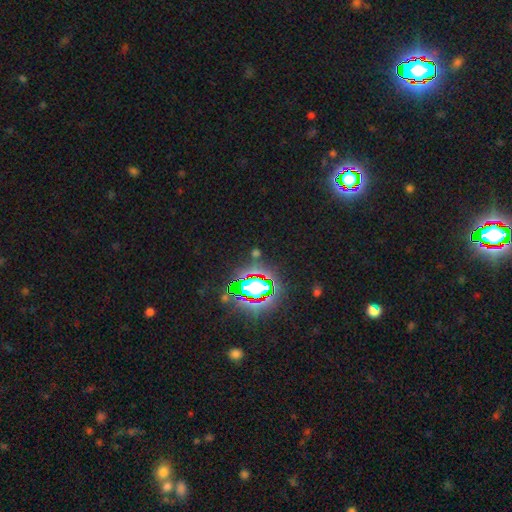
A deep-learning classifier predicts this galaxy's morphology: The model was most divided on "smooth or featured": star or artifact: 76%, smooth: 14%, featured or disk: 9%.